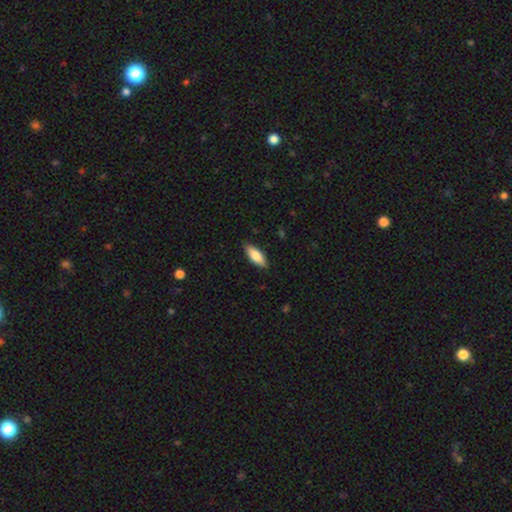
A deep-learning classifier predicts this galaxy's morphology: Overall: smooth (77%). How rounded: in between (75%). Merging: none (87%).